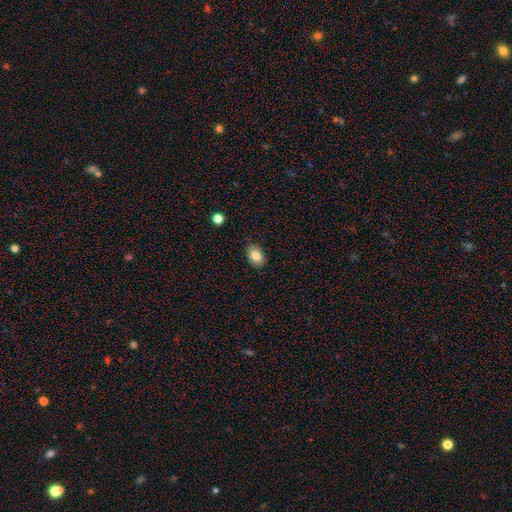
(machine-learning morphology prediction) This is clearly a smooth galaxy (82%). How rounded: likely in between (79%). Merging: clearly none (85%).